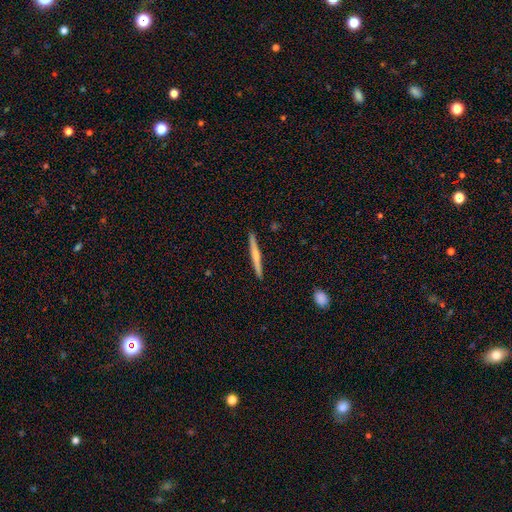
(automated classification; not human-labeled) A featured or disk galaxy (49%).

Vote fractions:
- Smooth or featured? featured or disk: 49% / smooth: 45% / star or artifact: 6%
- Merging? none: 92% / minor disturbance: 6% / major disturbance: 1% / merger: 1%